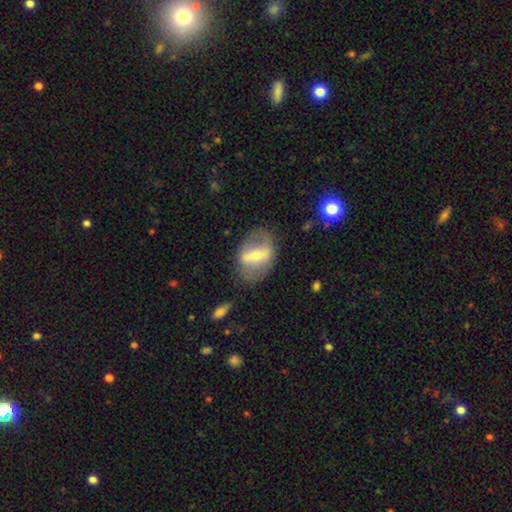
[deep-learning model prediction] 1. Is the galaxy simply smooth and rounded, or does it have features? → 57% featured or disk, 36% smooth, 7% star or artifact.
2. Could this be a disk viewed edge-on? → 88% no, 12% yes.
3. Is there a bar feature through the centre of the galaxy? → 62% strong, 24% weak, 14% no.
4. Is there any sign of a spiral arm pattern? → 68% no, 32% yes.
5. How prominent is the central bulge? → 49% small, 38% moderate, 6% large, 5% none, 2% dominant.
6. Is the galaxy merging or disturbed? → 63% none, 20% minor disturbance, 14% major disturbance, 3% merger.